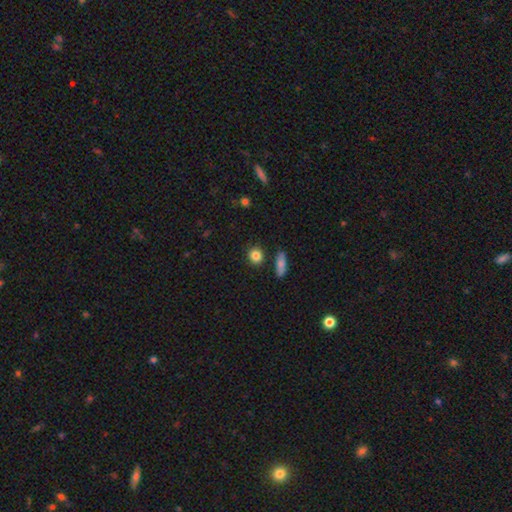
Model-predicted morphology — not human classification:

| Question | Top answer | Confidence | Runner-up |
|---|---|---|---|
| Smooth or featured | smooth | 85% | star or artifact (10%) |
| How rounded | round | 83% | in between (15%) |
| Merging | none | 86% | minor disturbance (8%) |